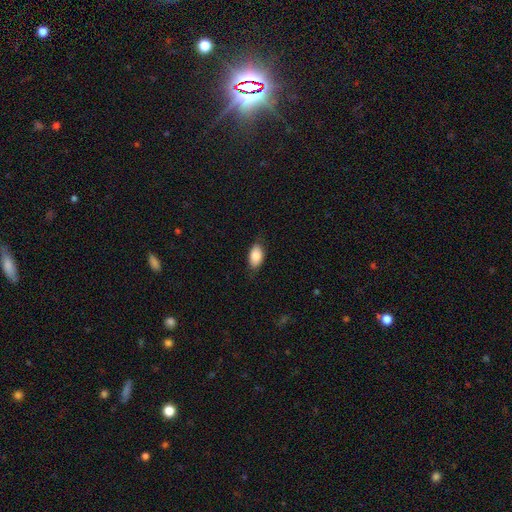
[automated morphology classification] A smooth galaxy with no disk features (86%) that is in between round and cigar-shaped (92%).

Vote fractions:
- Smooth or featured? smooth: 86% / featured or disk: 8% / star or artifact: 7%
- How rounded? in between: 92% / round: 5% / cigar-shaped: 2%
- Merging? none: 79% / minor disturbance: 17% / major disturbance: 3% / merger: 1%